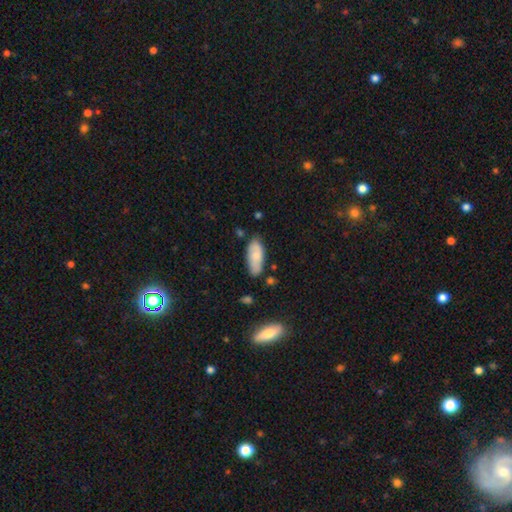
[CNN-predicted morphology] Smooth or featured?
  - smooth: 72% *
  - featured or disk: 21%
  - star or artifact: 6%
How rounded?
  - in between: 86% *
  - cigar-shaped: 11%
  - round: 2%
Merging?
  - none: 73% *
  - minor disturbance: 20%
  - major disturbance: 4%
  - merger: 3%